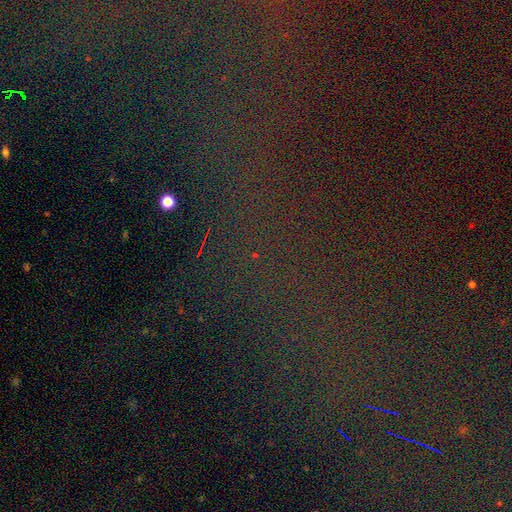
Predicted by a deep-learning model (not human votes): A star or artifact, not a galaxy (80%).

Vote fractions:
- Smooth or featured? star or artifact: 80% / smooth: 12% / featured or disk: 8%